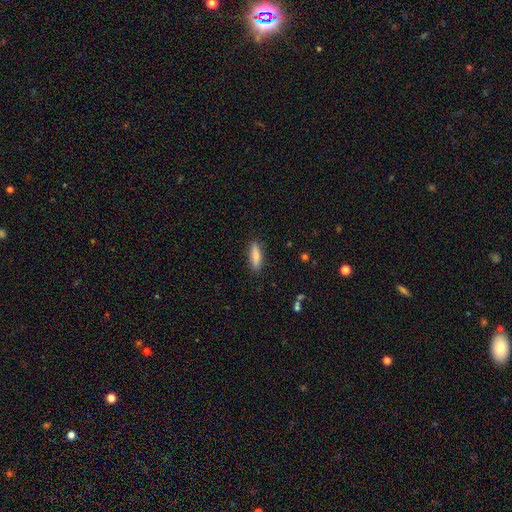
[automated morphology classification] smooth-or-featured: smooth: 82% | featured or disk: 12% | star or artifact: 6%
  how-rounded: cigar-shaped: 62% | in between: 36% | round: 2%
  merging: none: 88% | minor disturbance: 9% | major disturbance: 2% | merger: 1%